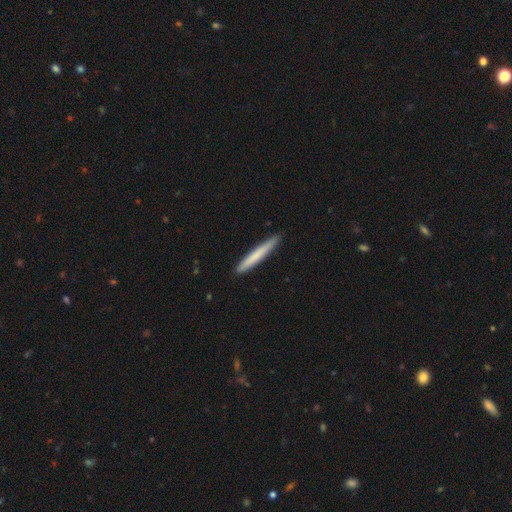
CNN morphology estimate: smooth-or-featured: smooth: 71% | featured or disk: 24% | star or artifact: 5%
  how-rounded: cigar-shaped: 97% | in between: 2% | round: 1%
  merging: none: 91% | minor disturbance: 7% | major disturbance: 1% | merger: 1%